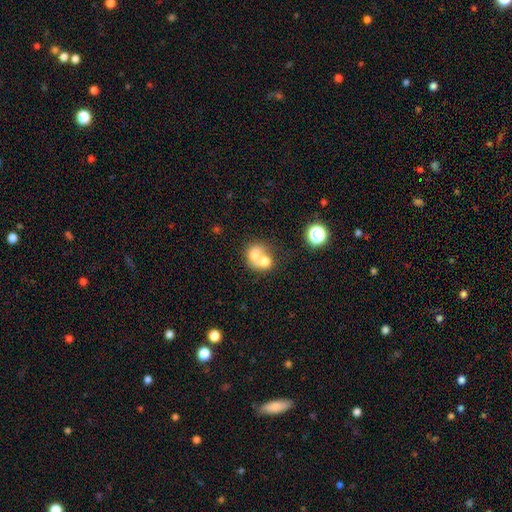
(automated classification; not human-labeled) Overall: smooth (66%). How rounded: round (63%; in between 36%). Merging: merger (72%).